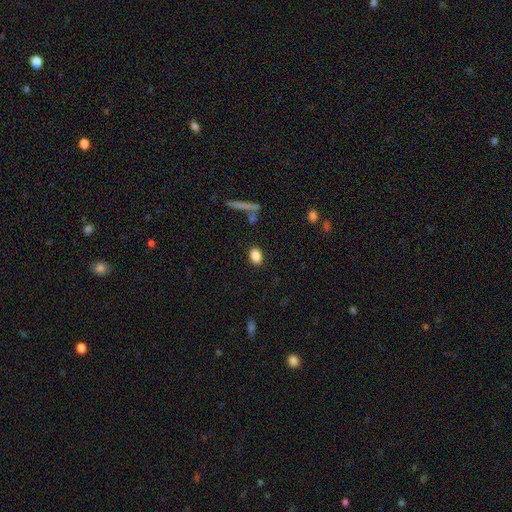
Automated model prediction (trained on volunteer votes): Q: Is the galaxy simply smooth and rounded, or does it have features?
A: smooth — 85%.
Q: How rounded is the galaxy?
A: in between — 78%.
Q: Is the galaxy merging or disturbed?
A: none — 86%.